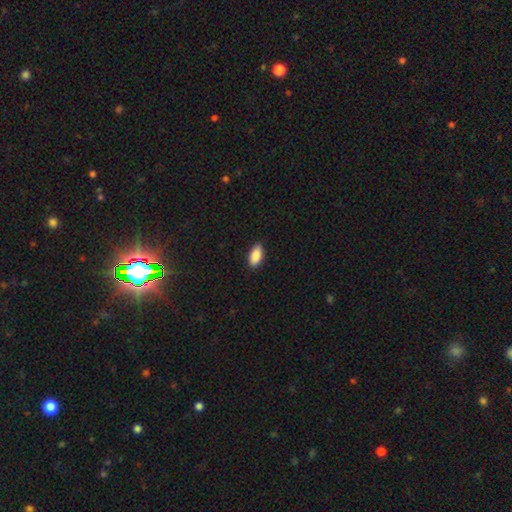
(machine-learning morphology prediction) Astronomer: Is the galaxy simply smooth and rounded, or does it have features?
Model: smooth — 89%.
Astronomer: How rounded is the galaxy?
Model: in between — 92%.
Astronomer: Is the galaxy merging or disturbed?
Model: none — 88%.